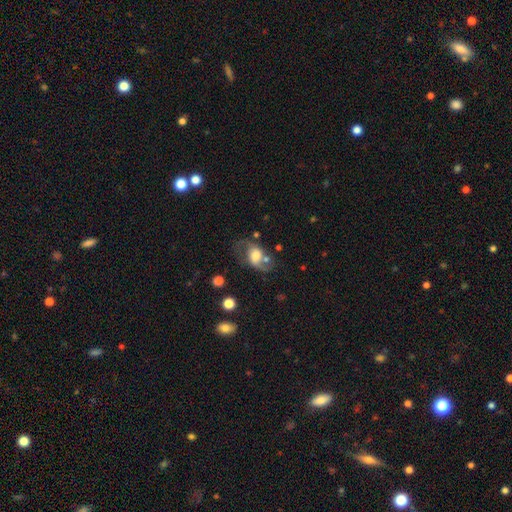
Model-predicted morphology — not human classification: The model was most divided on "bulge size": large: 40%, moderate: 37%, small: 13%, dominant: 6%, none: 5%. Remaining: edge-on disk — no (94%); spiral arms — yes (75%); bar — no (55%); smooth or featured — featured or disk (53%); merging — none (49%).